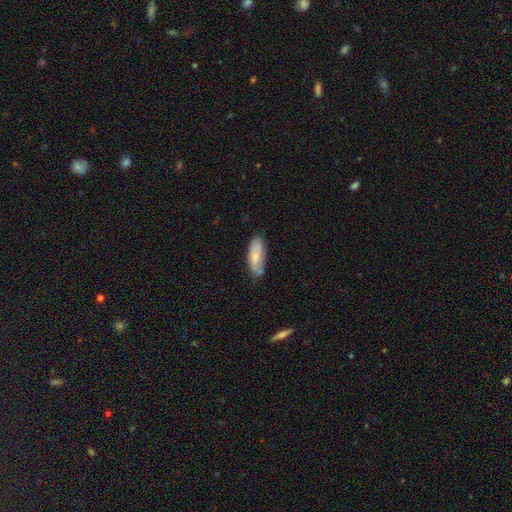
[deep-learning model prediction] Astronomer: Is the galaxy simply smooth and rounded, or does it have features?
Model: smooth — 70%.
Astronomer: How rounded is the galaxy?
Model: in between — 76%.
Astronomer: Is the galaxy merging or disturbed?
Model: none — 64%.